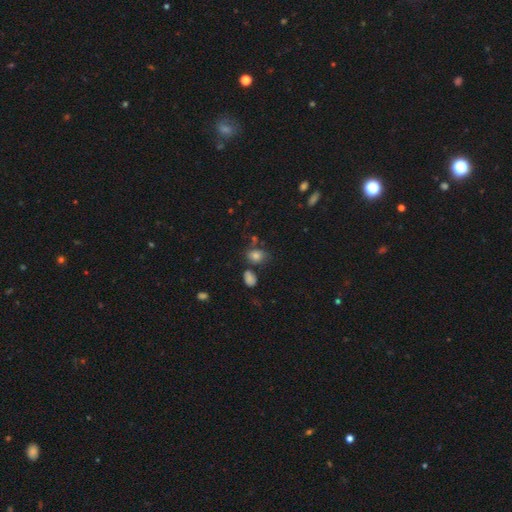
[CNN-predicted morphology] This appears to be a smooth galaxy with no disk features (77%) that is in between round and cigar-shaped (59%). Merging: none (61%).